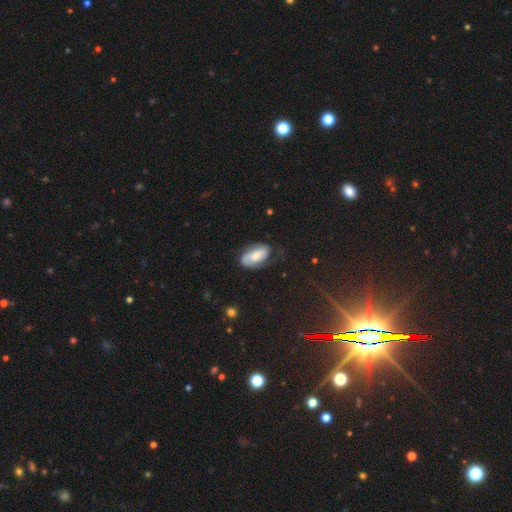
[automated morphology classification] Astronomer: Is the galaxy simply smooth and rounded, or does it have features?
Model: smooth — 54% (runner-up: featured or disk, 39%).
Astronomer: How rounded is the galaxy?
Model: in between — 93%.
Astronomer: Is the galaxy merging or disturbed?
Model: none — 61%.